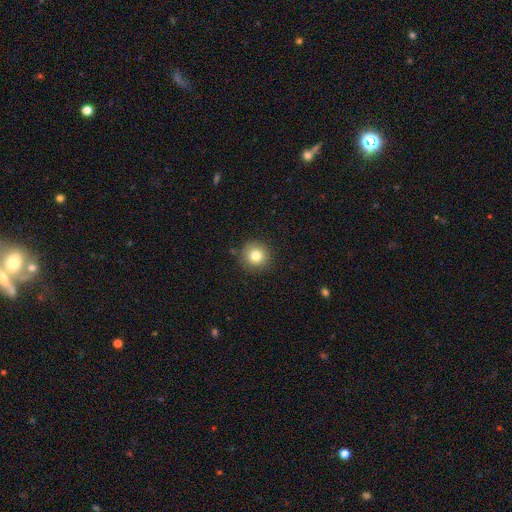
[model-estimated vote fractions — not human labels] Morphology: type=smooth (80%); roundness=round (94%); merging=none (89%).